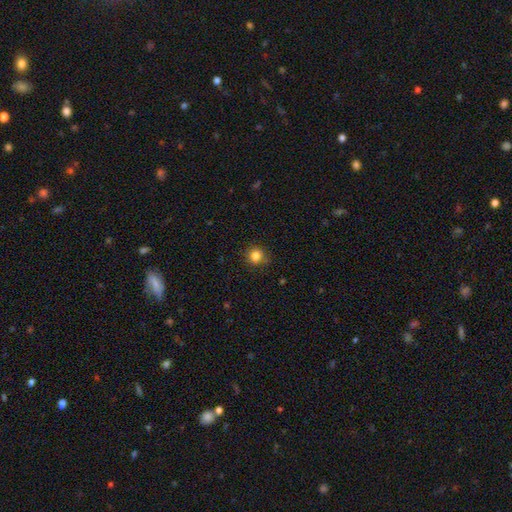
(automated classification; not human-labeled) Smooth or featured?
  - smooth: 83% *
  - star or artifact: 12%
  - featured or disk: 5%
How rounded?
  - round: 89% *
  - in between: 10%
  - cigar-shaped: 1%
Merging?
  - none: 87% *
  - minor disturbance: 9%
  - major disturbance: 3%
  - merger: 1%